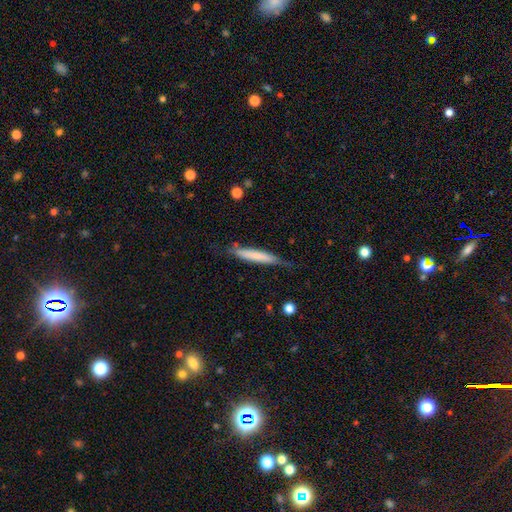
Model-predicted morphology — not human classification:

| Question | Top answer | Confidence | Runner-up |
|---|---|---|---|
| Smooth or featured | smooth | 69% | featured or disk (26%) |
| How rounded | cigar-shaped | 93% | in between (6%) |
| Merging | none | 69% | minor disturbance (24%) |